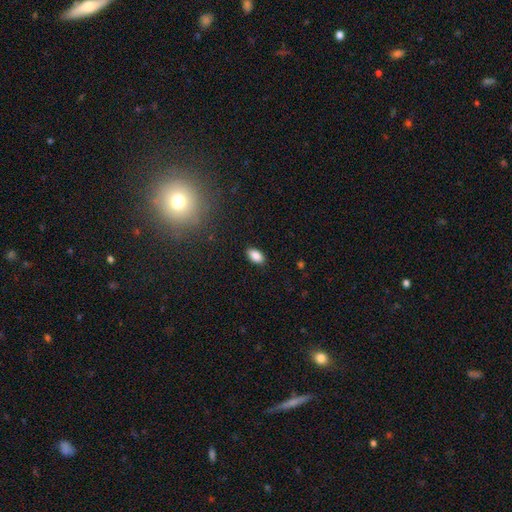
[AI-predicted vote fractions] Smooth or featured?
  - smooth: 87% *
  - star or artifact: 8%
  - featured or disk: 5%
How rounded?
  - in between: 93% *
  - round: 4%
  - cigar-shaped: 3%
Merging?
  - none: 88% *
  - minor disturbance: 9%
  - major disturbance: 2%
  - merger: 1%